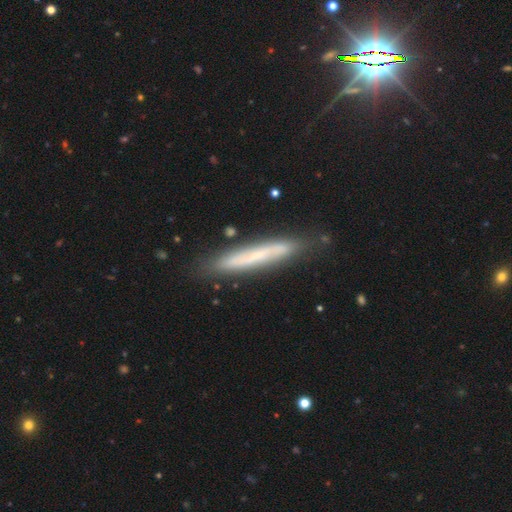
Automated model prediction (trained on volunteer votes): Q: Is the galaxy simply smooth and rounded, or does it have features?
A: smooth — 47%.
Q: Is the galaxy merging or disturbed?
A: none — 82%.